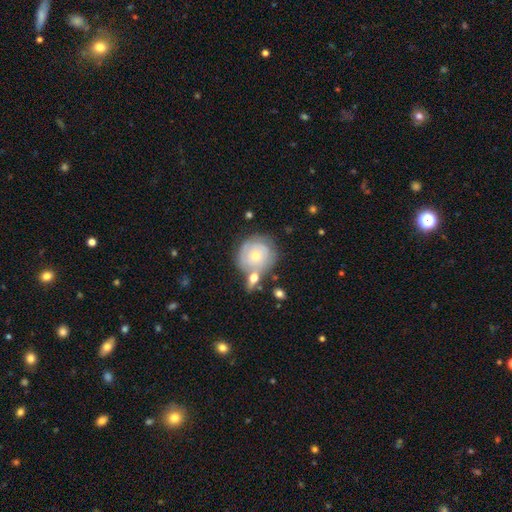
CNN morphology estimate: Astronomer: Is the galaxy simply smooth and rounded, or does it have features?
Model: featured or disk — 58% (runner-up: smooth, 35%).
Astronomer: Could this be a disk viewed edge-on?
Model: no — 97%.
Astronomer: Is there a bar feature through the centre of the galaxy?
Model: no — 87%.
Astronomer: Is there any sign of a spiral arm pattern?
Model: yes — 65%.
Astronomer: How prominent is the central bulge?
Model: moderate — 53% (runner-up: small, 43%).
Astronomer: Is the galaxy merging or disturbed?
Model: none — 58%.